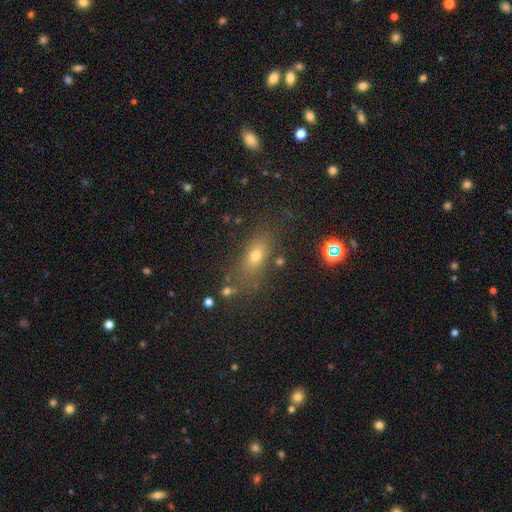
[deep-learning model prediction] A smooth galaxy with no disk features (64%) that is in between round and cigar-shaped (66%). Merging: none (72%).